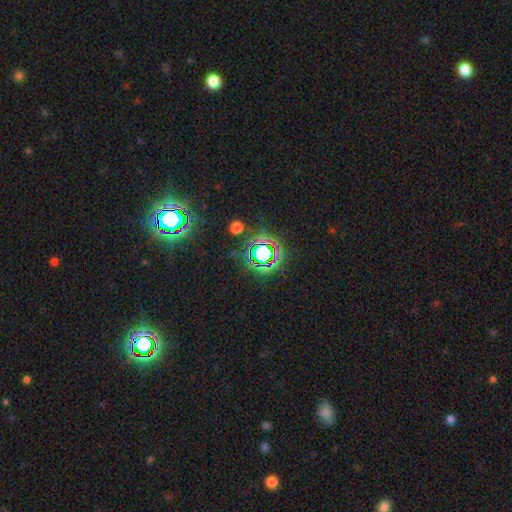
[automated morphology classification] This is clearly a star or artifact rather than a galaxy (80%).